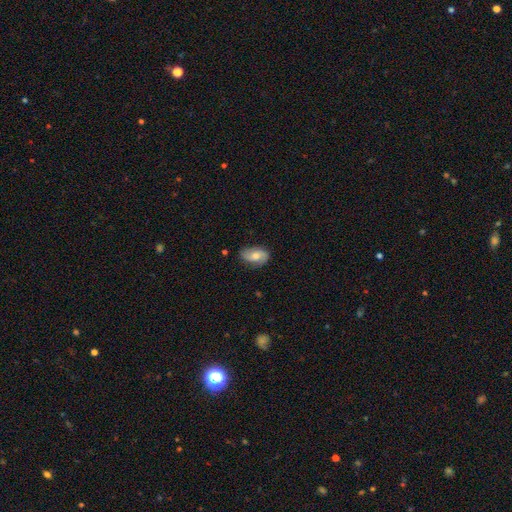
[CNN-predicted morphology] Smooth or featured? smooth (52%)
How rounded? in between (89%)
Merging? none (71%)